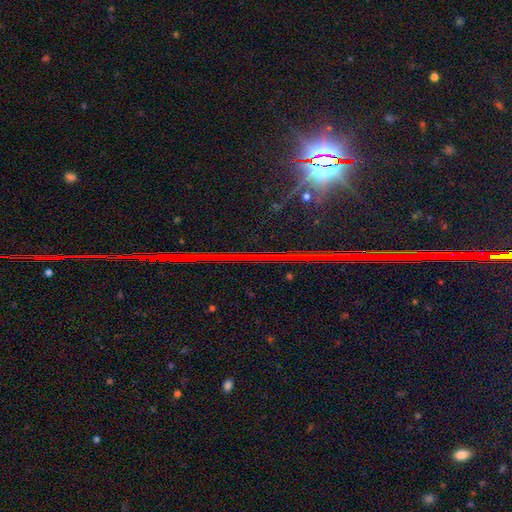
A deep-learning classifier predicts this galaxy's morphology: Overall: star or artifact (85%).